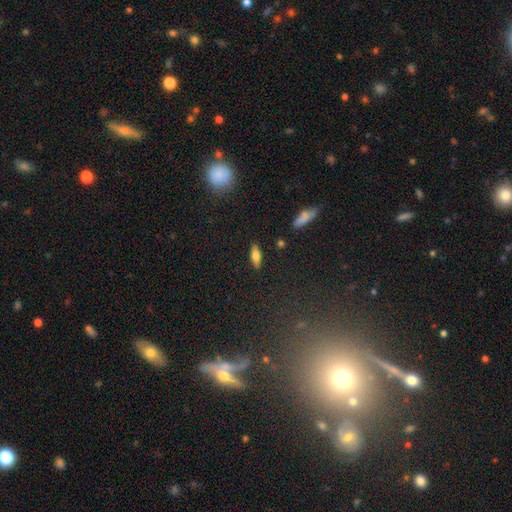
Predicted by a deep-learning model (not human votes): Smooth or featured? smooth (70%)
How rounded? in between (65%)
Merging? none (87%)